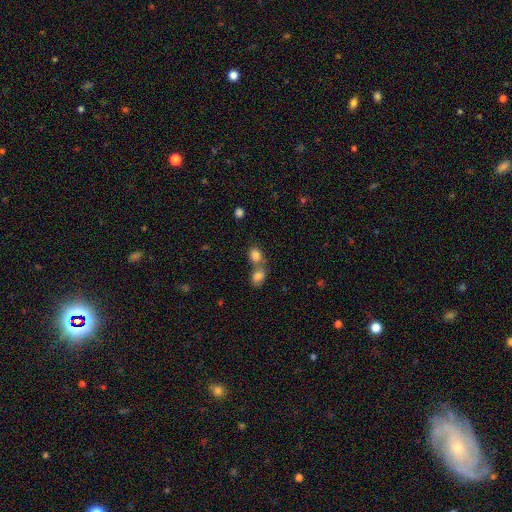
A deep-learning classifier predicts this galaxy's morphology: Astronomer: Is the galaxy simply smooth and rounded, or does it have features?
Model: smooth — 82%.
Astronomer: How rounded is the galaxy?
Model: round — 53% (runner-up: in between, 46%).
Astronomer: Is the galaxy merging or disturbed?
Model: merger — 48% (runner-up: none, 41%).